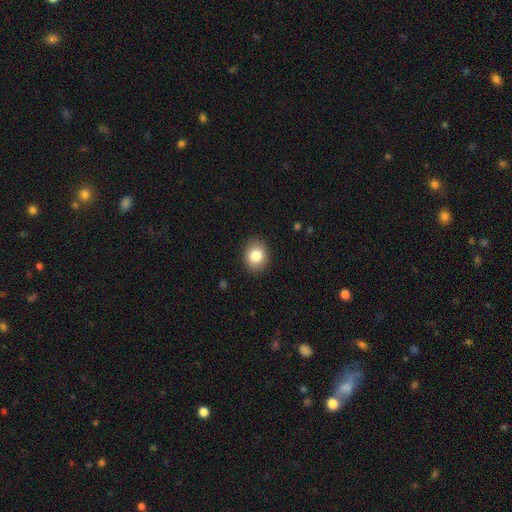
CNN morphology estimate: A smooth galaxy with no disk features (83%) that is round (62%). Merging: none (90%).